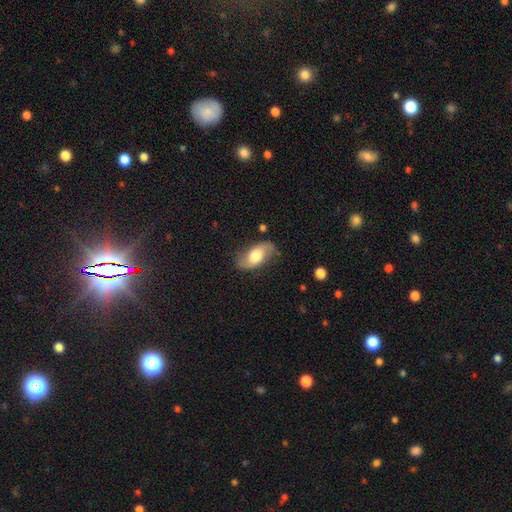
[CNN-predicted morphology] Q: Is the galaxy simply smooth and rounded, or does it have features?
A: smooth — 48%.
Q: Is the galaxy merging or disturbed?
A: none — 74%.